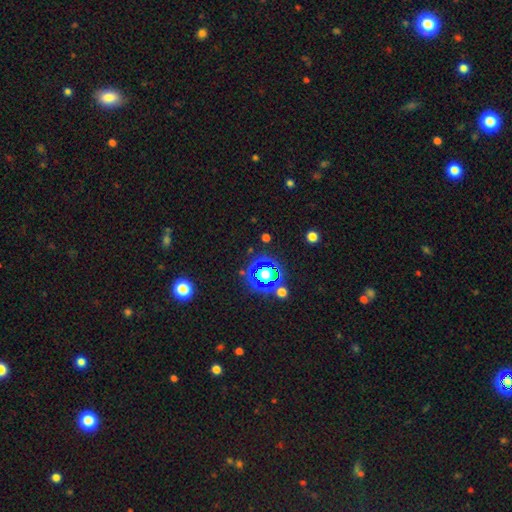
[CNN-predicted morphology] A star or artifact, not a galaxy (72%).